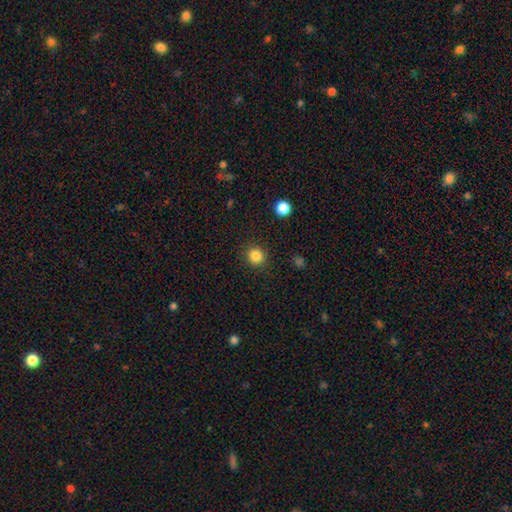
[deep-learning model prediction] This is clearly a smooth galaxy (84%). How rounded: clearly round (90%). Merging: clearly none (90%).